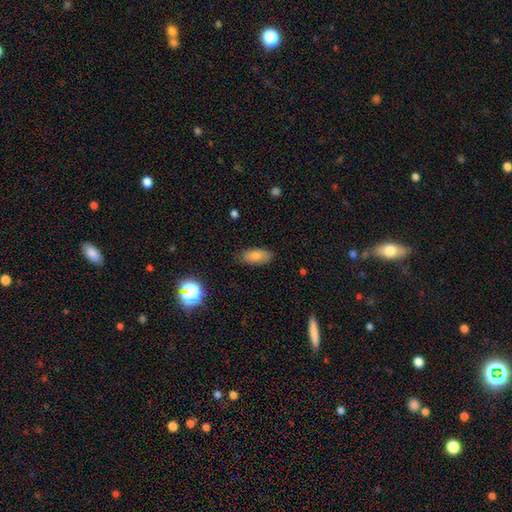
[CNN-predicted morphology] Smooth or featured? smooth (80%)
How rounded? in between (88%)
Merging? none (82%)